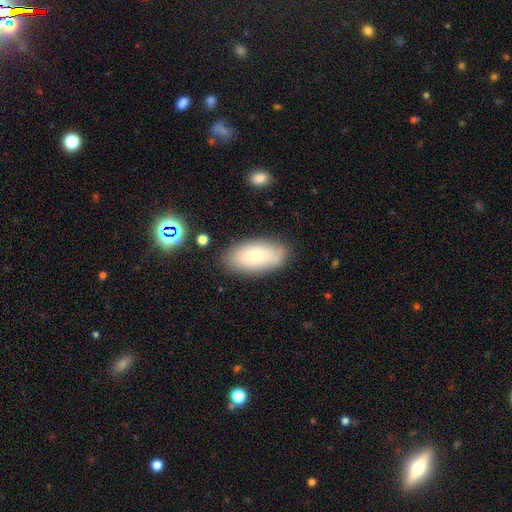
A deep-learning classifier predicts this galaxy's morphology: Q: Smooth or featured?
A: smooth (73%); runner-up: featured or disk (19%)
Q: How rounded?
A: in between (93%); runner-up: cigar-shaped (4%)
Q: Merging?
A: none (83%); runner-up: minor disturbance (12%)